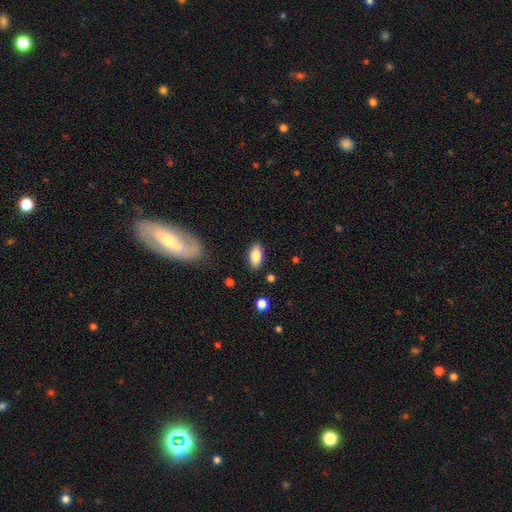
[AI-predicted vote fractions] Q: Smooth or featured?
A: smooth (82%); runner-up: featured or disk (11%)
Q: How rounded?
A: in between (89%); runner-up: cigar-shaped (8%)
Q: Merging?
A: none (86%); runner-up: minor disturbance (10%)